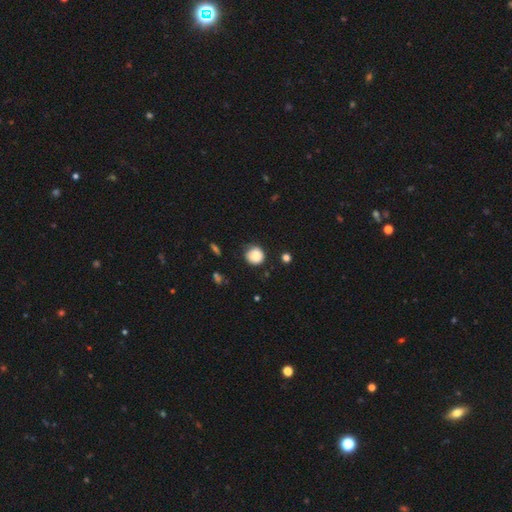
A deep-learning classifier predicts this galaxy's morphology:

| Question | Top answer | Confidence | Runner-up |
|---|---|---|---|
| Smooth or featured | smooth | 85% | star or artifact (9%) |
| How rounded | round | 91% | in between (8%) |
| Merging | none | 73% | minor disturbance (21%) |